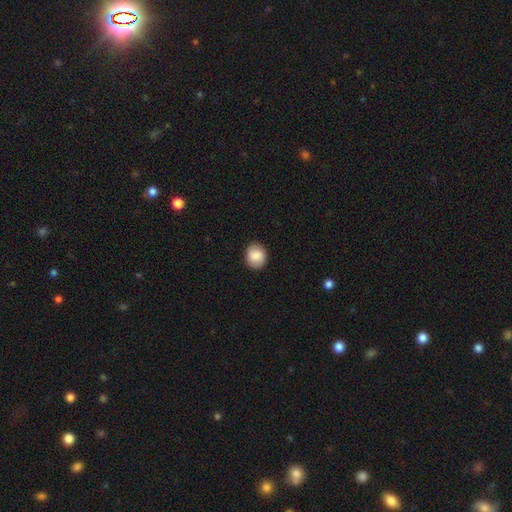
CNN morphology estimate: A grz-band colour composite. It shows a smooth galaxy with no disk features (85%) that is round (62%). Merging: none (88%).